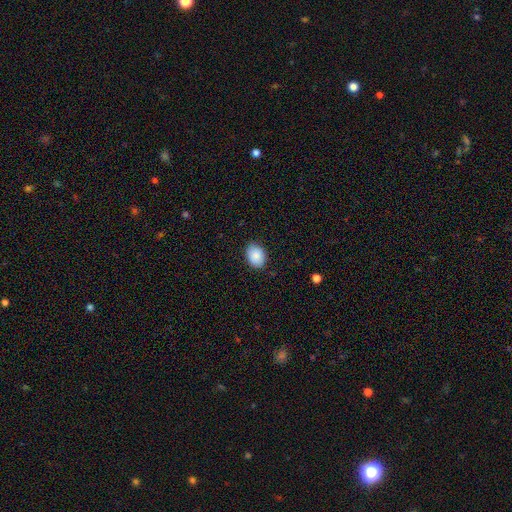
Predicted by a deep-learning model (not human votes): The model was most divided on "how rounded": in between: 67%, round: 32%, cigar-shaped: 1%. More confident: smooth or featured — smooth (88%); merging — none (83%).